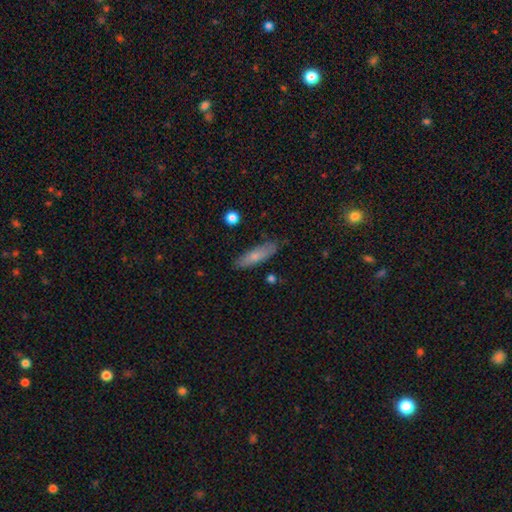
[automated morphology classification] This appears to be a smooth galaxy with no disk features (72%) that is cigar-shaped (62%). Merging: none (83%).